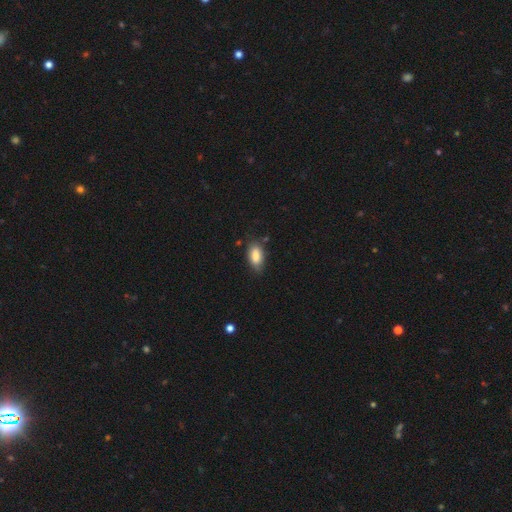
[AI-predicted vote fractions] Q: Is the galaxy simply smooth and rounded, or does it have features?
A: smooth — 86%.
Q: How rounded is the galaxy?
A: in between — 90%.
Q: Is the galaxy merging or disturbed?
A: none — 76%.